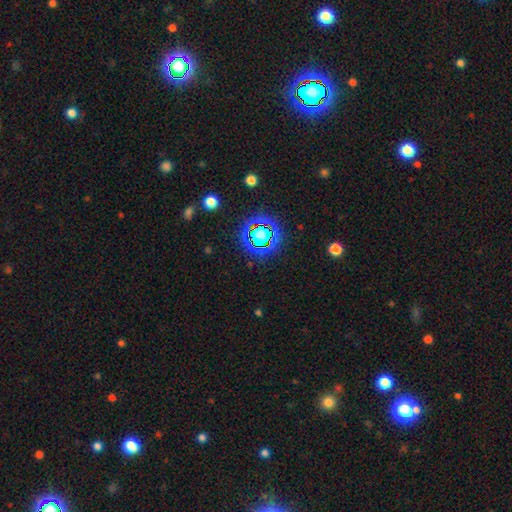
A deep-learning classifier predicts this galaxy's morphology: Smooth or featured: star or artifact — 75% (smooth — 16%)